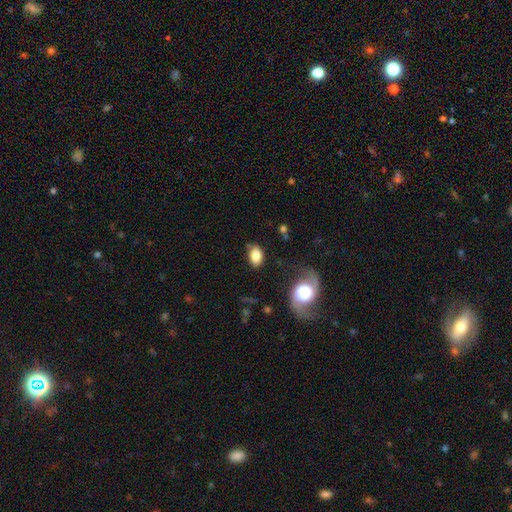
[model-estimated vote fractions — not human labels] This is clearly a smooth galaxy (81%). How rounded: clearly in between (85%). Merging: likely none (77%).